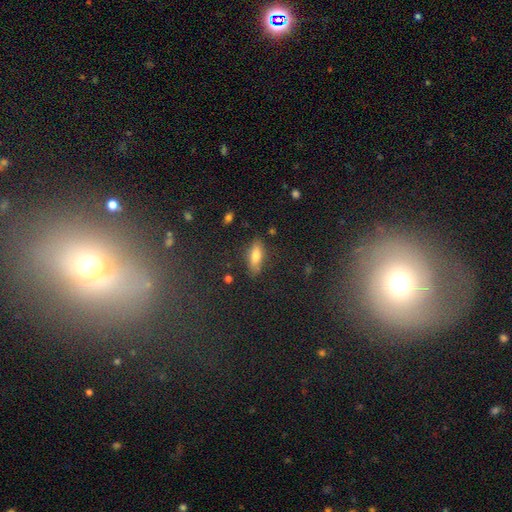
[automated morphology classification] smooth-or-featured: smooth: 73% | featured or disk: 15% | star or artifact: 12%
  how-rounded: in between: 71% | cigar-shaped: 25% | round: 4%
  merging: none: 79% | minor disturbance: 15% | major disturbance: 4% | merger: 2%